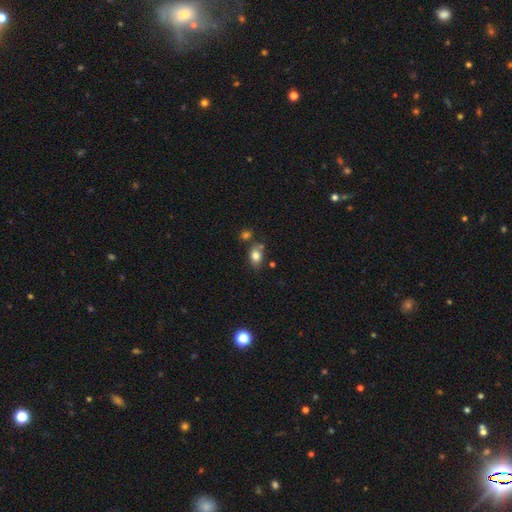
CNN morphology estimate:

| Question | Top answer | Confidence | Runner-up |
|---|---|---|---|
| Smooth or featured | smooth | 80% | star or artifact (10%) |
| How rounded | in between | 77% | round (21%) |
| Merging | none | 63% | minor disturbance (18%) |